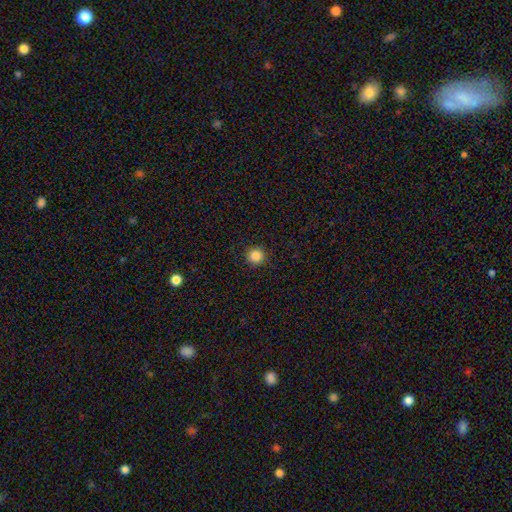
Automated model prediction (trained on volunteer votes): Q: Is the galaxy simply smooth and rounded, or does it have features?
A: smooth — 86%.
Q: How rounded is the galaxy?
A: round — 96%.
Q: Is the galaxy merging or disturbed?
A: none — 92%.